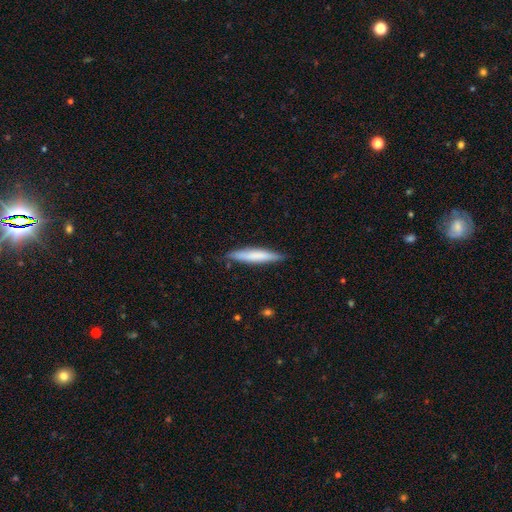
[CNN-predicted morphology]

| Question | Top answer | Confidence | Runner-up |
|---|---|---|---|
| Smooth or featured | smooth | 69% | featured or disk (26%) |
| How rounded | cigar-shaped | 90% | in between (8%) |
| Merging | none | 84% | minor disturbance (13%) |